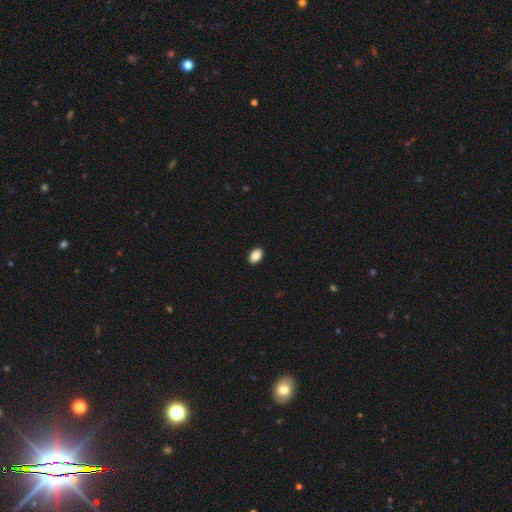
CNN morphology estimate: Overall: smooth (89%). How rounded: in between (87%). Merging: none (91%).